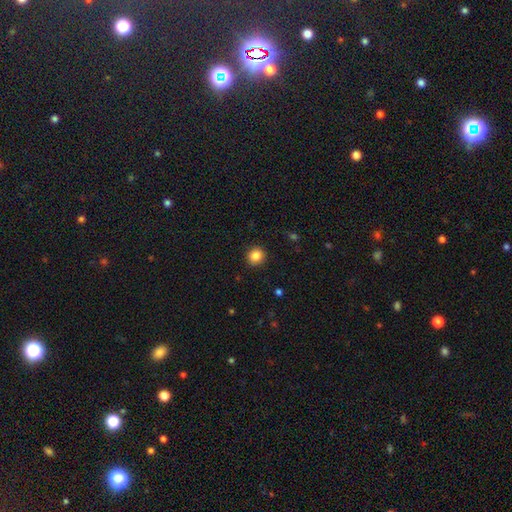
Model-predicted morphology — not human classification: Smooth or featured? smooth (85%)
How rounded? round (89%)
Merging? none (92%)